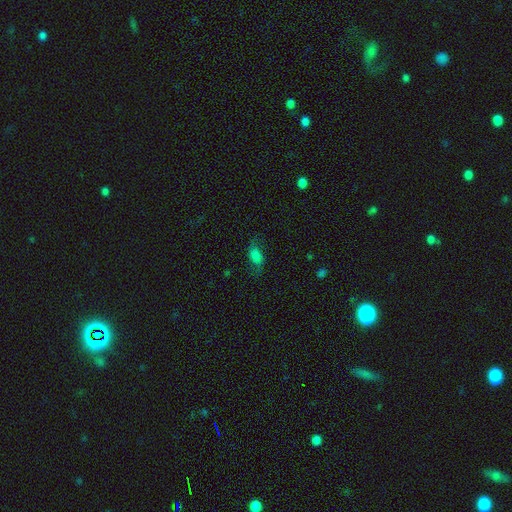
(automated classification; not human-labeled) smooth_or_featured: smooth (p=0.55) [alt: featured or disk p=0.32]
how_rounded: in between (p=0.83) [alt: round p=0.09]
merging: none (p=0.65) [alt: minor disturbance p=0.20]